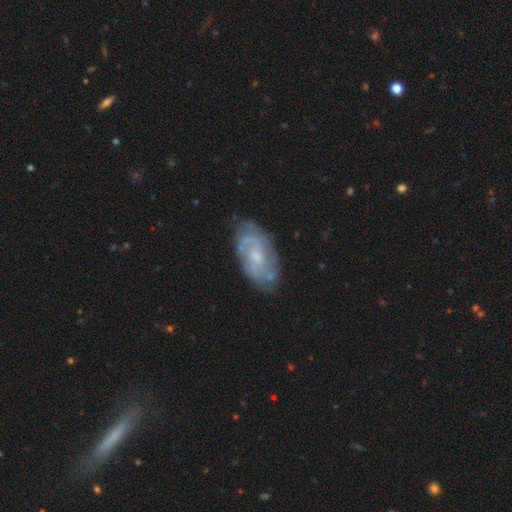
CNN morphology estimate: This is likely a featured or disk galaxy (70%). It is clearly not viewed edge-on (94%). Bar: likely no (66%). Spiral arm pattern: clearly yes (84%). Spiral arm count: marginally can't tell (43%). Spiral winding: possibly tight (49%). Central bulge: possibly small (52%). Merging: likely none (75%).